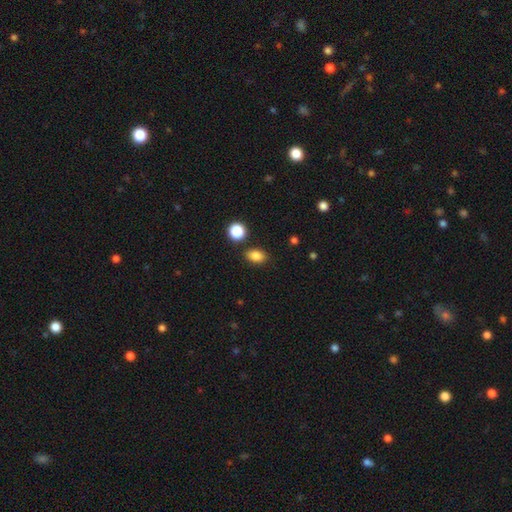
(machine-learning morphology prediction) Overall: smooth (85%). How rounded: in between (78%). Merging: none (83%).